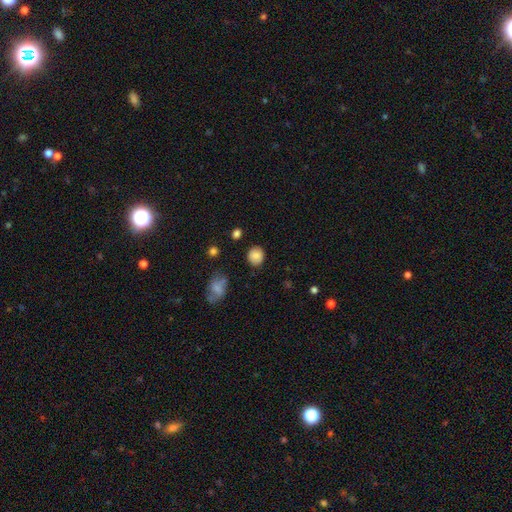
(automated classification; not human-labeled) Smooth or featured: smooth — 85% (star or artifact — 9%)
How rounded: round — 79% (in between — 20%)
Merging: none — 84% (minor disturbance — 11%)